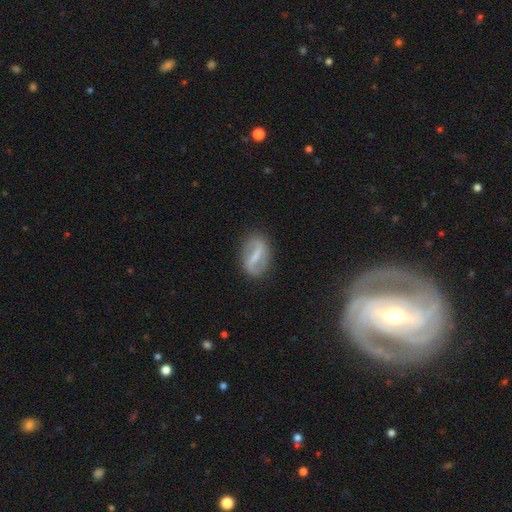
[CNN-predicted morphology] smooth_or_featured: featured or disk (p=0.67) [alt: smooth p=0.25]
disk_edge_on: no (p=0.92) [alt: yes p=0.08]
bar: strong (p=0.72) [alt: weak p=0.22]
has_spiral_arms: yes (p=0.58) [alt: no p=0.42]
bulge_size: none (p=0.40) [alt: small p=0.31]
merging: none (p=0.81) [alt: minor disturbance p=0.13]